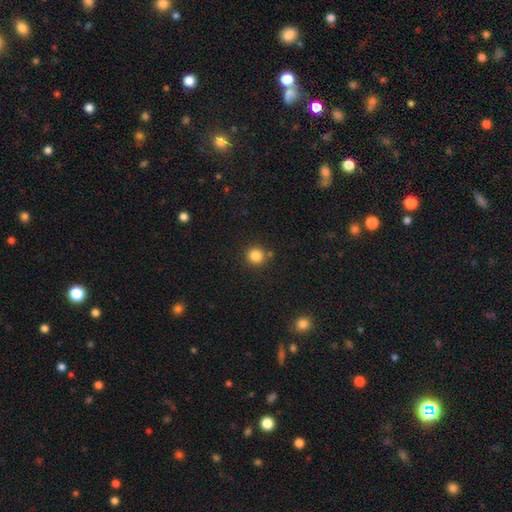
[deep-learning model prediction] Smooth or featured? smooth (84%)
How rounded? round (92%)
Merging? none (84%)